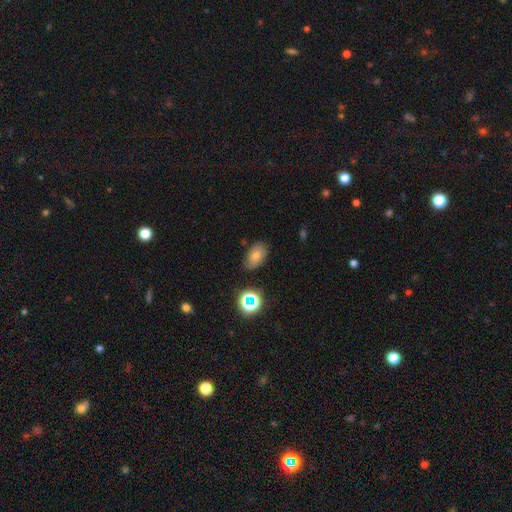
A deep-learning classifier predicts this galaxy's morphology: Overall: smooth (68%). How rounded: in between (88%). Merging: none (79%).